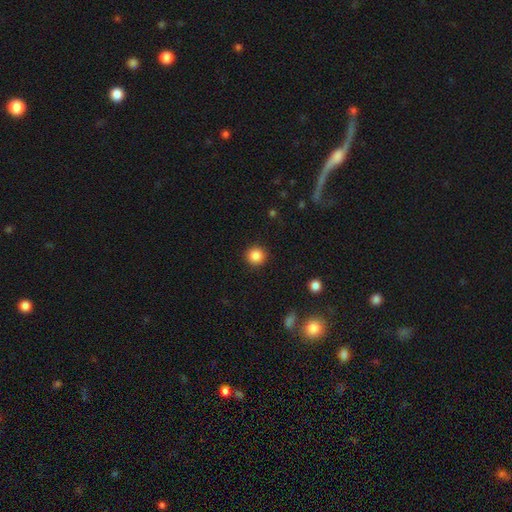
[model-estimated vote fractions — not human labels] This appears to be a smooth galaxy with no disk features (87%) that is round (94%). Merging: none (92%).